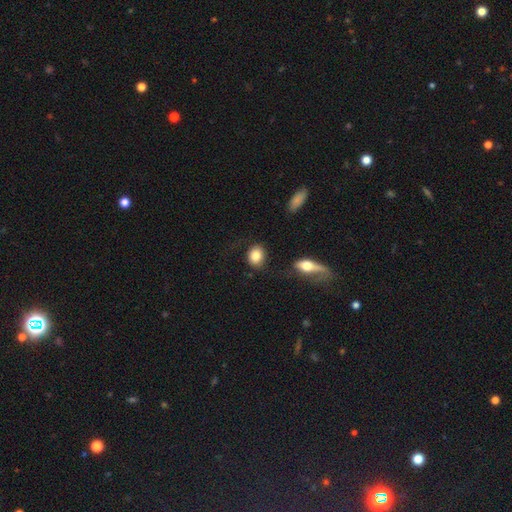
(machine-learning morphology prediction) The model was most divided on "how rounded": round: 53%, in between: 45%, cigar-shaped: 2%. More confident: smooth or featured — smooth (83%); merging — none (75%).